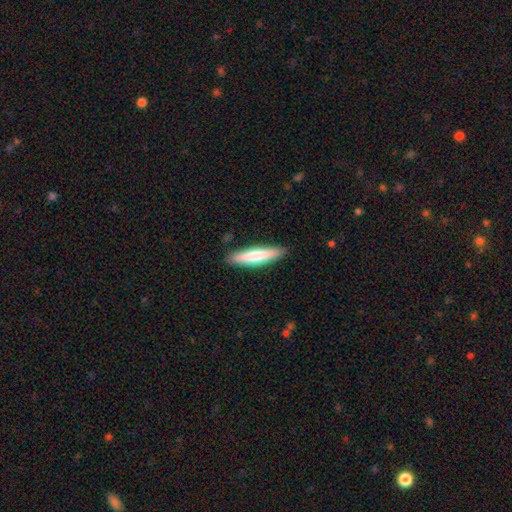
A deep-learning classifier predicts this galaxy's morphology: Smooth or featured? Predicted: smooth (p=0.76). How rounded? Predicted: cigar-shaped (p=0.83). Merging? Predicted: none (p=0.89).